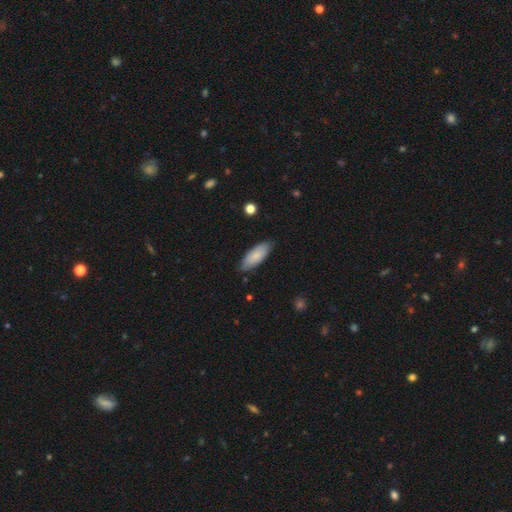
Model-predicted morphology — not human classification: A smooth galaxy with no disk features (83%) that is in between round and cigar-shaped (79%).

Vote fractions:
- Smooth or featured? smooth: 83% / featured or disk: 11% / star or artifact: 5%
- How rounded? in between: 79% / cigar-shaped: 20% / round: 2%
- Merging? none: 79% / minor disturbance: 17% / major disturbance: 2% / merger: 1%